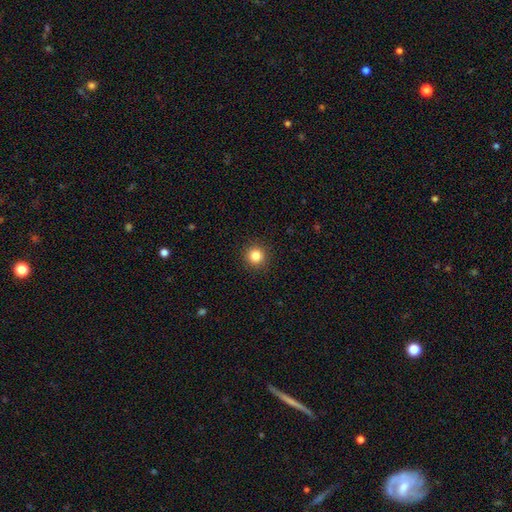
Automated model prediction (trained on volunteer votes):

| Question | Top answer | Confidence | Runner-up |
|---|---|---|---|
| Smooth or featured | smooth | 84% | star or artifact (11%) |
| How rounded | round | 94% | in between (5%) |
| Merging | none | 92% | minor disturbance (5%) |